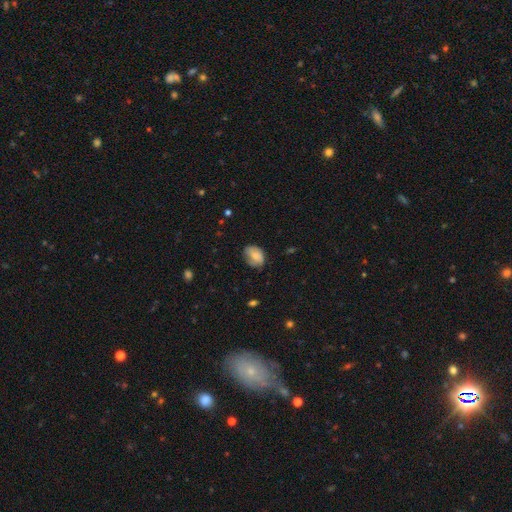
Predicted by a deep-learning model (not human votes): The model was most divided on "merging": none: 59%, minor disturbance: 31%, major disturbance: 9%, merger: 1%. More confident: smooth or featured — smooth (73%); how rounded — in between (71%).